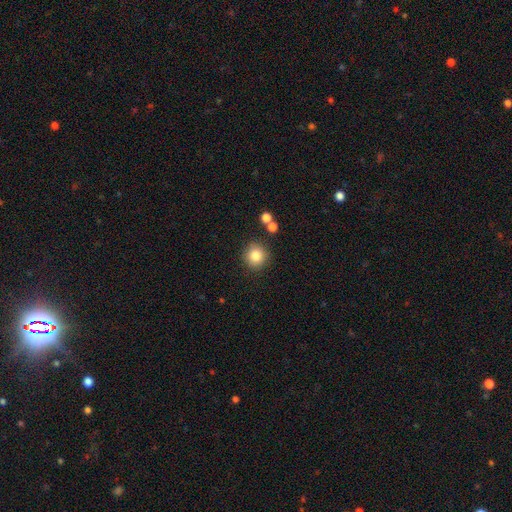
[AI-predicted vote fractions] Smooth or featured?
  - smooth: 83% *
  - star or artifact: 11%
  - featured or disk: 7%
How rounded?
  - round: 93% *
  - in between: 6%
  - cigar-shaped: 1%
Merging?
  - none: 85% *
  - minor disturbance: 8%
  - merger: 5%
  - major disturbance: 2%